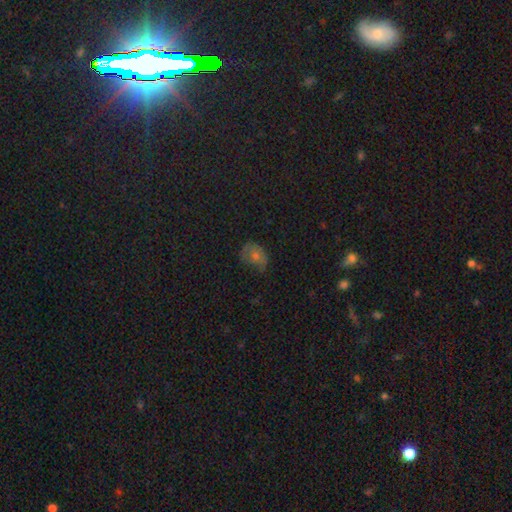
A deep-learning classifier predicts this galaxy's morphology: A smooth galaxy with no disk features (57%) that is in between round and cigar-shaped (58%). Merging: none (47%).